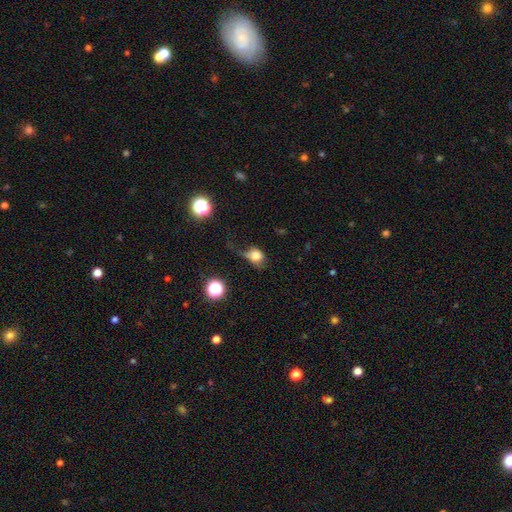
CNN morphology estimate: The model was most divided on "merging": major disturbance: 37%, minor disturbance: 29%, none: 28%, merger: 7%. More confident: smooth or featured — smooth (73%); how rounded — round (58%).